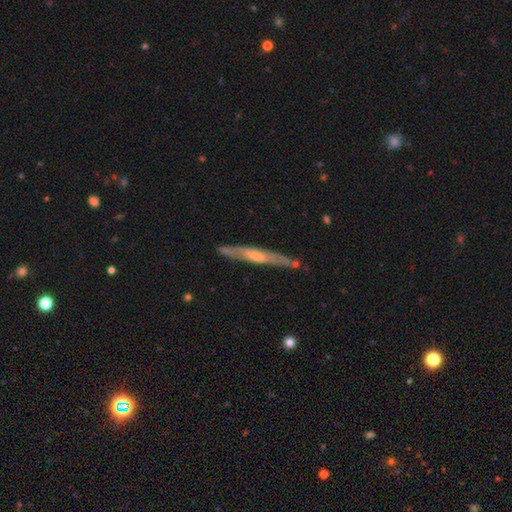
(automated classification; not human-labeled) A featured or disk galaxy (67%) viewed edge-on (84%) with no central bulge (45%). Merging: none (79%).